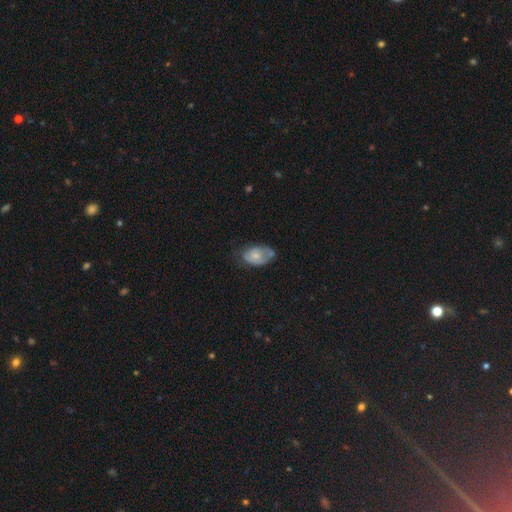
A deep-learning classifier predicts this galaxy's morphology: A smooth galaxy with no disk features (52%) that is in between round and cigar-shaped (87%).

Vote fractions:
- Smooth or featured? smooth: 52% / featured or disk: 40% / star or artifact: 7%
- How rounded? in between: 87% / round: 11% / cigar-shaped: 2%
- Merging? none: 42% / minor disturbance: 37% / major disturbance: 16% / merger: 5%